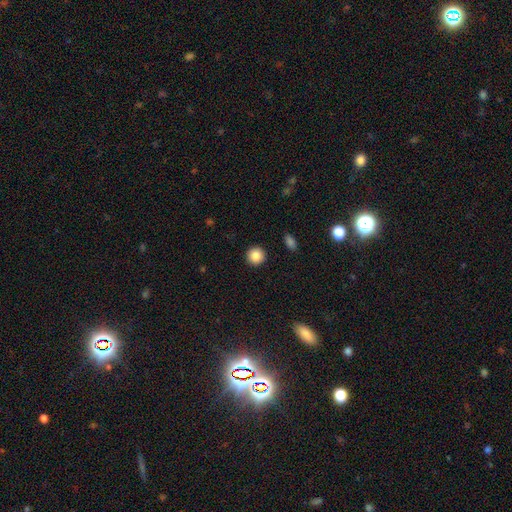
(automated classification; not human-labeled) This is clearly a smooth galaxy (86%). How rounded: clearly round (95%). Merging: clearly none (93%).